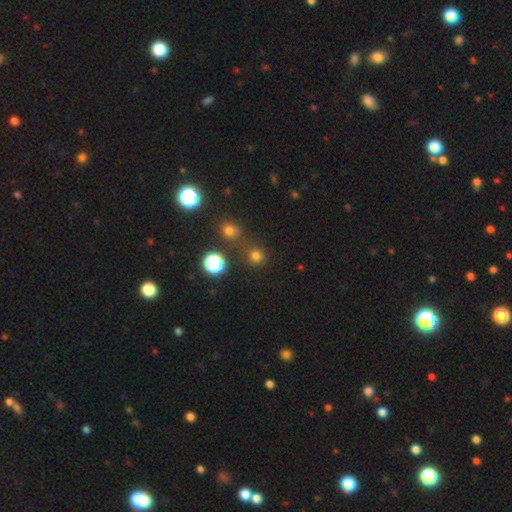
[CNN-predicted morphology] Smooth or featured? Predicted: smooth (p=0.71). How rounded? Predicted: round (p=0.91). Merging? Predicted: none (p=0.78).